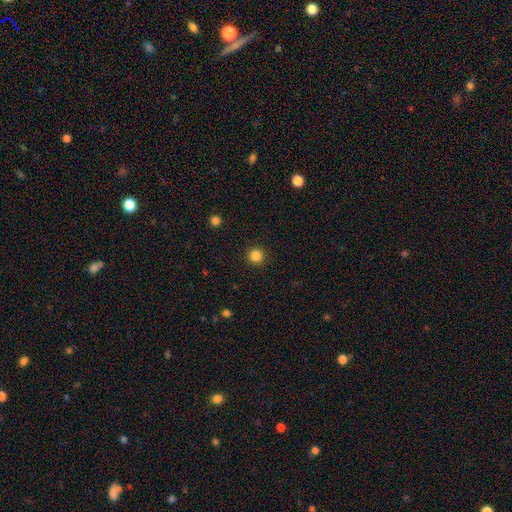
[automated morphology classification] smooth-or-featured: smooth: 84% | star or artifact: 12% | featured or disk: 4%
  how-rounded: round: 95% | in between: 4% | cigar-shaped: 1%
  merging: none: 92% | minor disturbance: 5% | major disturbance: 2% | merger: 1%